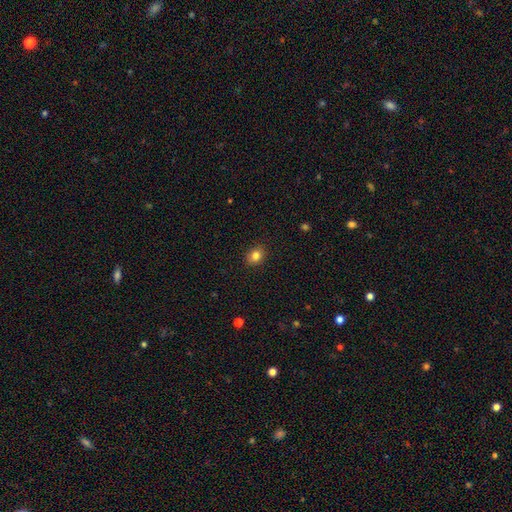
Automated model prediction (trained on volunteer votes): A smooth galaxy with no disk features (82%) that is round (57%). Merging: none (88%).